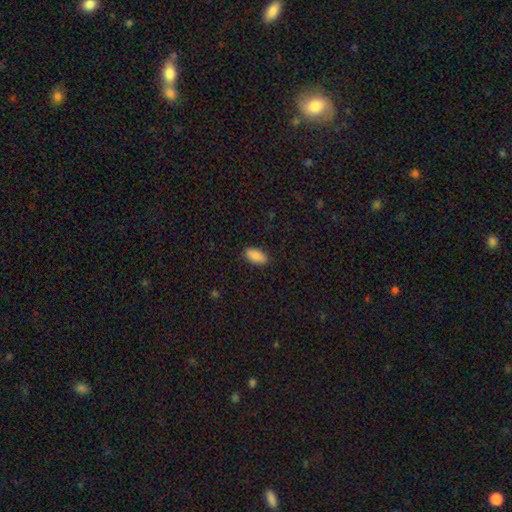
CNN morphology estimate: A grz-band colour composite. It shows a smooth galaxy with no disk features (88%) that is in between round and cigar-shaped (92%). Merging: none (88%).